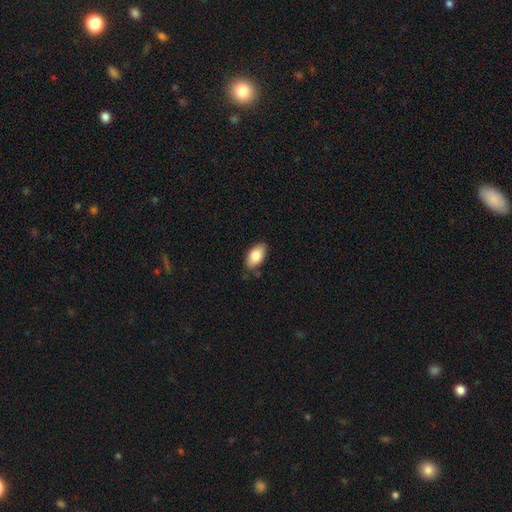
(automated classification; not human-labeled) Morphology: type=smooth (83%); roundness=in between (94%); merging=none (83%).